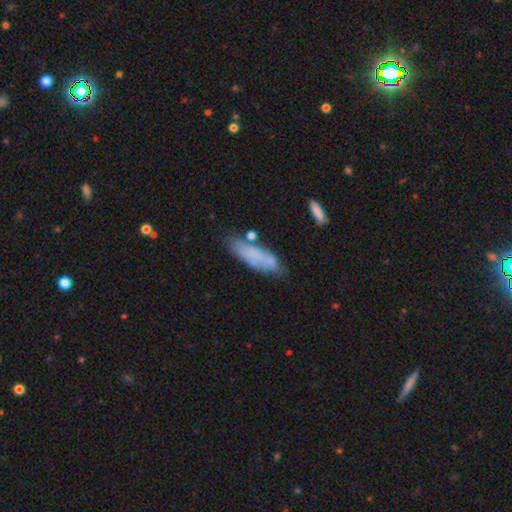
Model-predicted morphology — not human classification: This is likely a smooth galaxy (63%). How rounded: possibly cigar-shaped (51%). Merging: possibly none (57%).